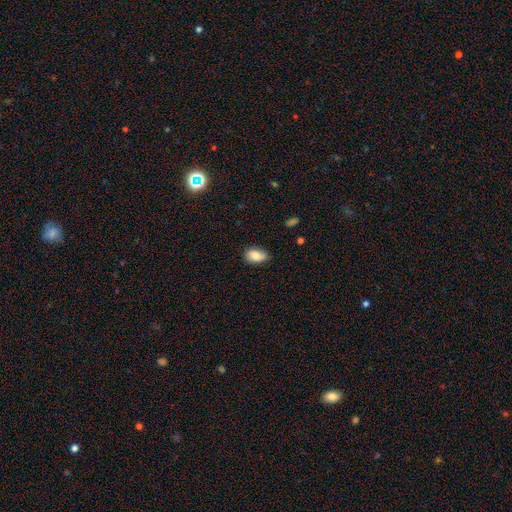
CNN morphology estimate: This appears to be a smooth galaxy with no disk features (83%) that is in between round and cigar-shaped (90%). Merging: none (73%).